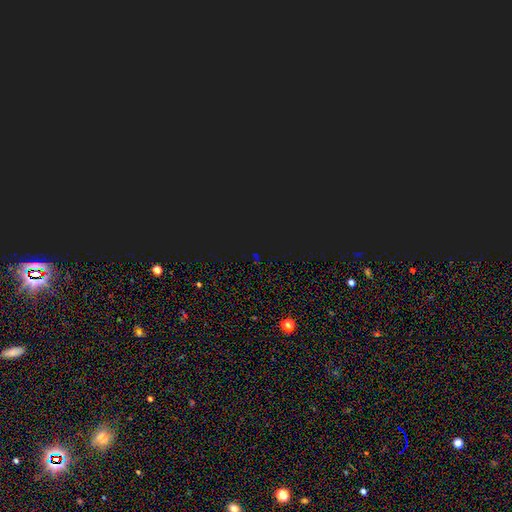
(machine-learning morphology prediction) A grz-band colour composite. It shows a star or artifact, not a galaxy (78%).